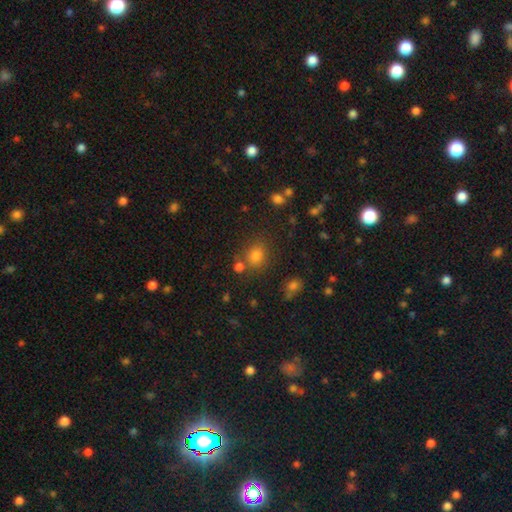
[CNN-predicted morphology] The model was most divided on "how rounded": round: 64%, in between: 35%, cigar-shaped: 1%. More confident: smooth or featured — smooth (74%); merging — none (73%).